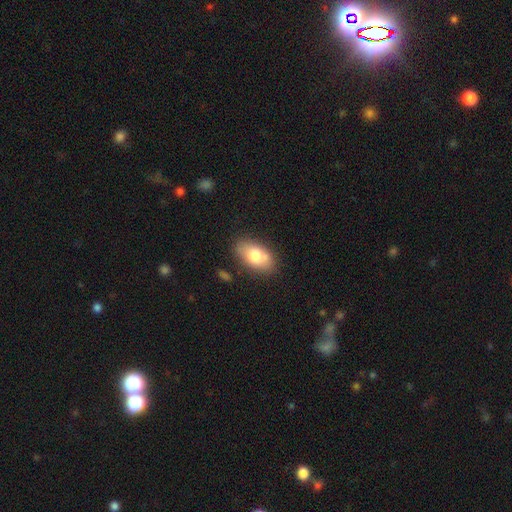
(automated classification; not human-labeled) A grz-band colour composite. It shows a smooth galaxy with no disk features (76%) that is in between round and cigar-shaped (91%). Merging: none (73%).